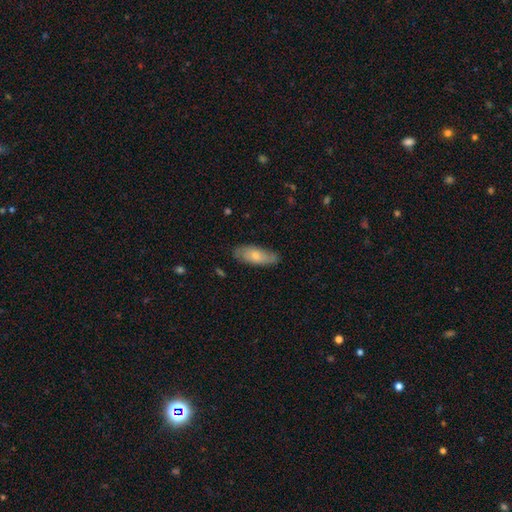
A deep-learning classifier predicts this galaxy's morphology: smooth 61%, featured or disk 33%, star or artifact 6%. Down the decision tree: how rounded — in between (75%); merging — none (77%).